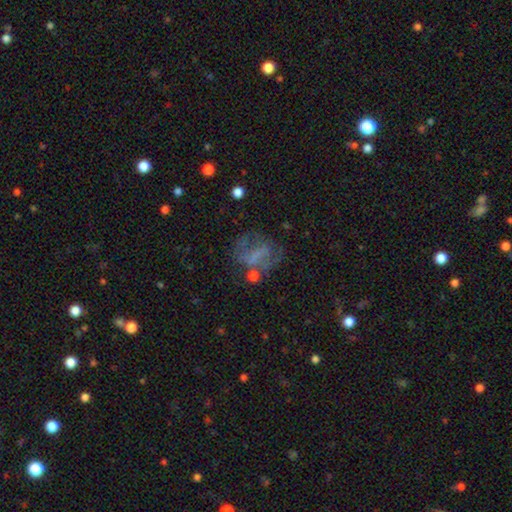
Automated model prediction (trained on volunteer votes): smooth-or-featured: featured or disk: 45% | smooth: 35% | star or artifact: 20%
  merging: none: 47% | major disturbance: 26% | minor disturbance: 19% | merger: 7%